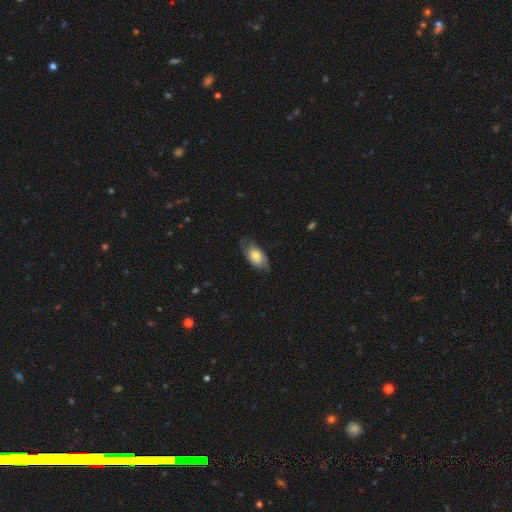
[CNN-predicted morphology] smooth 57%, featured or disk 36%, star or artifact 7%. Down the decision tree: how rounded — in between (90%); merging — none (68%).